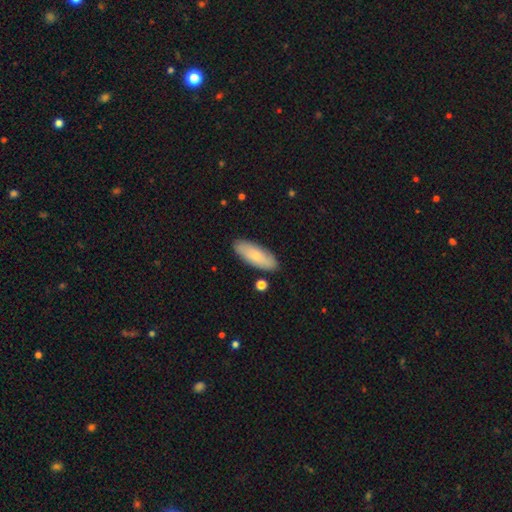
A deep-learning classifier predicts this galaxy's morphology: Smooth or featured?
  - smooth: 76% *
  - featured or disk: 18%
  - star or artifact: 6%
How rounded?
  - in between: 71% *
  - cigar-shaped: 27%
  - round: 2%
Merging?
  - none: 86% *
  - minor disturbance: 10%
  - merger: 2%
  - major disturbance: 2%